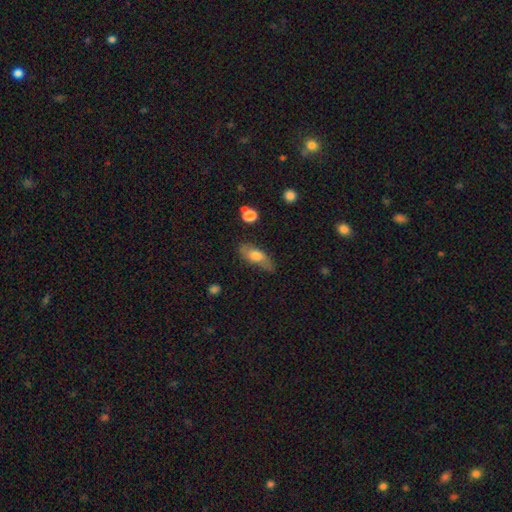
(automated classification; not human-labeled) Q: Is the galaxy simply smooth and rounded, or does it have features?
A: smooth — 64%.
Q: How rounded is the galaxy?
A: in between — 74%.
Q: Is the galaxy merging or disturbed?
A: none — 68%.